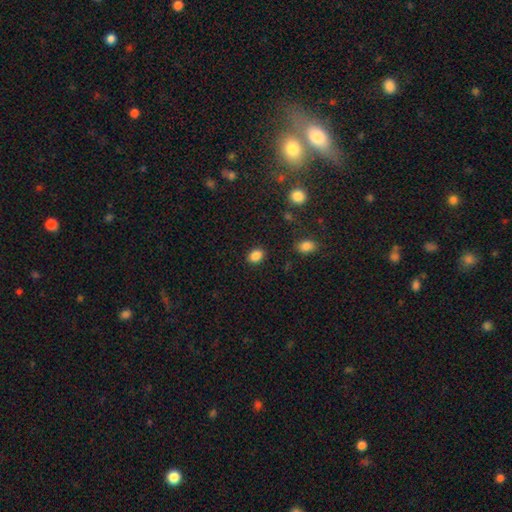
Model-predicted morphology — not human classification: Smooth or featured: smooth — 86% (star or artifact — 10%)
How rounded: in between — 64% (round — 35%)
Merging: none — 87% (minor disturbance — 9%)